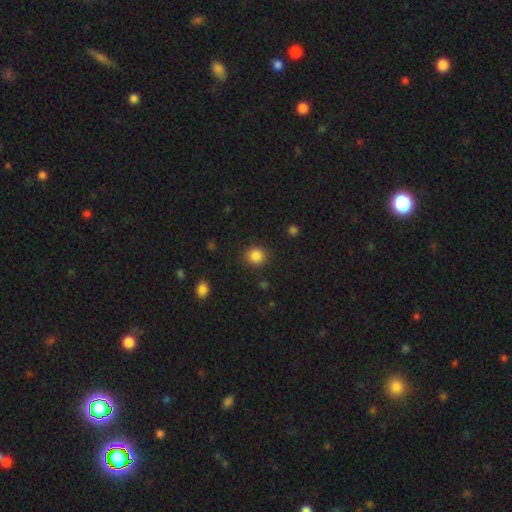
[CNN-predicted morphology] This is clearly a smooth galaxy (86%). How rounded: clearly round (85%). Merging: clearly none (88%).